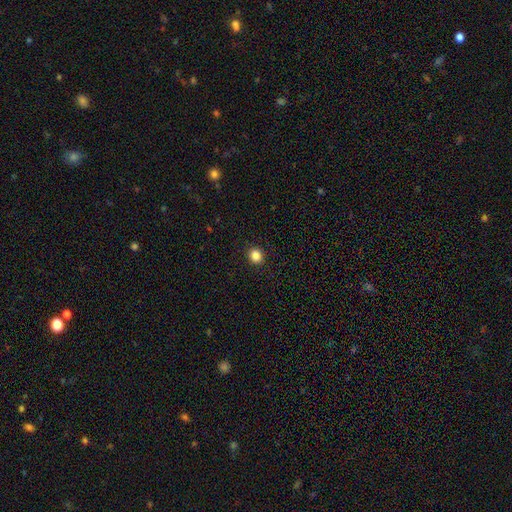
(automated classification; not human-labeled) smooth 85%, star or artifact 11%, featured or disk 4%. Down the decision tree: how rounded — round (78%); merging — none (92%).